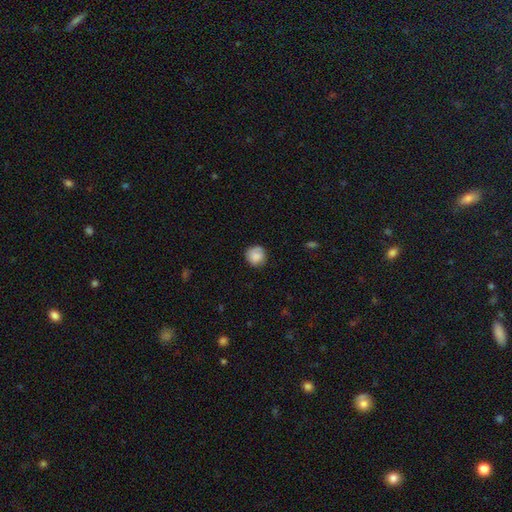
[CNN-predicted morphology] smooth-or-featured: smooth: 80% | featured or disk: 12% | star or artifact: 8%
  how-rounded: round: 90% | in between: 9% | cigar-shaped: 1%
  merging: none: 77% | minor disturbance: 17% | major disturbance: 4% | merger: 1%